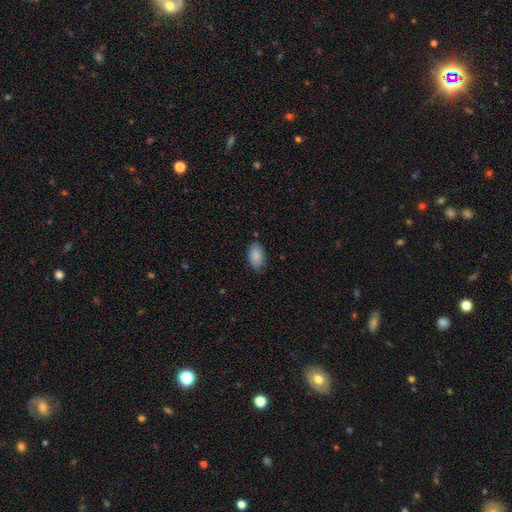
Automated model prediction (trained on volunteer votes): Smooth or featured?
  - smooth: 87% *
  - star or artifact: 7%
  - featured or disk: 6%
How rounded?
  - in between: 93% *
  - round: 5%
  - cigar-shaped: 2%
Merging?
  - none: 81% *
  - minor disturbance: 15%
  - major disturbance: 3%
  - merger: 1%